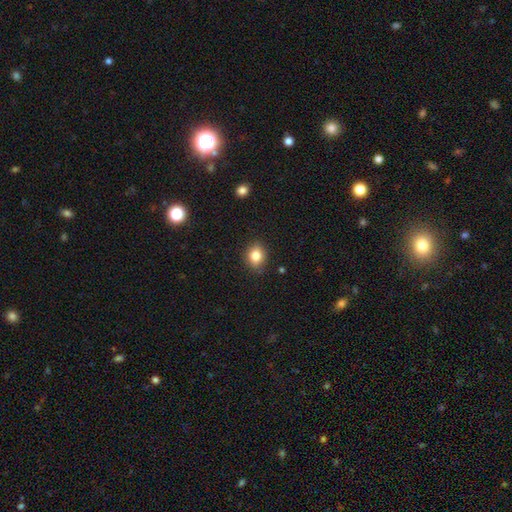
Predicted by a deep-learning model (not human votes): smooth-or-featured: smooth: 82% | star or artifact: 10% | featured or disk: 7%
  how-rounded: round: 52% | in between: 47% | cigar-shaped: 1%
  merging: none: 86% | minor disturbance: 11% | major disturbance: 2% | merger: 1%